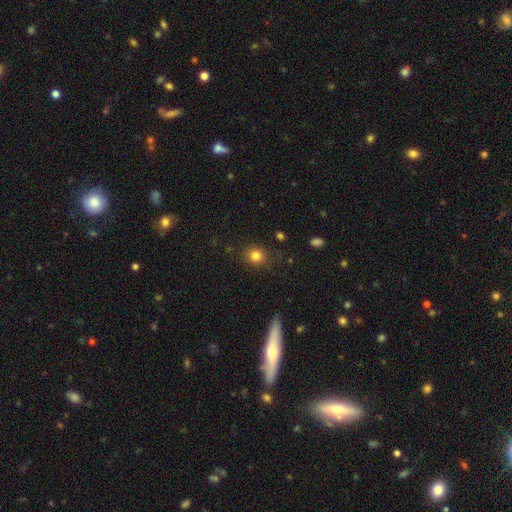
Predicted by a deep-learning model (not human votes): smooth 82%, star or artifact 12%, featured or disk 6%. Down the decision tree: how rounded — round (81%); merging — none (84%).